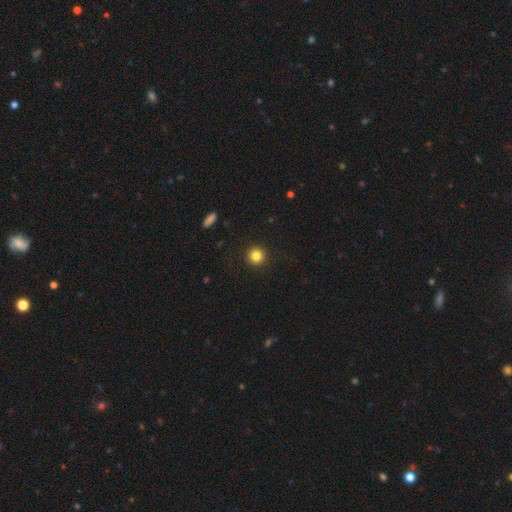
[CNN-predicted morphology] A smooth galaxy with no disk features (83%) that is round (95%). Merging: none (93%).